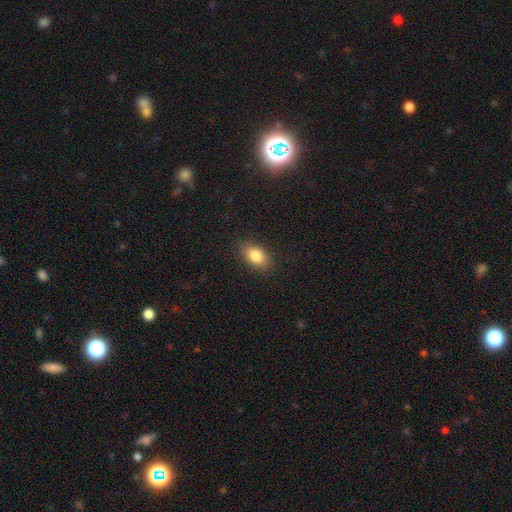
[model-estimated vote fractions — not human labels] Smooth or featured: smooth — 84% (featured or disk — 8%)
How rounded: in between — 89% (round — 9%)
Merging: none — 87% (minor disturbance — 9%)